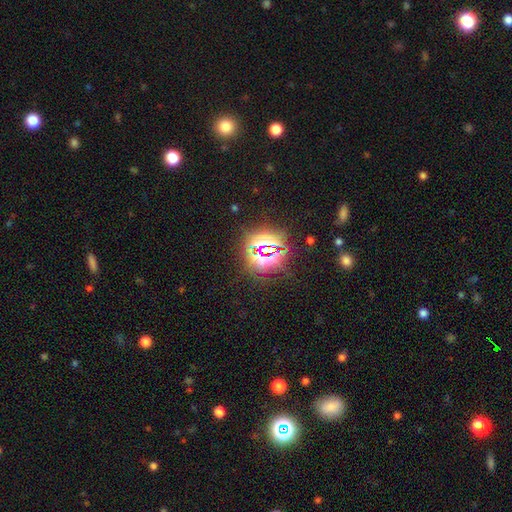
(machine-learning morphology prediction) Overall: star or artifact (82%).